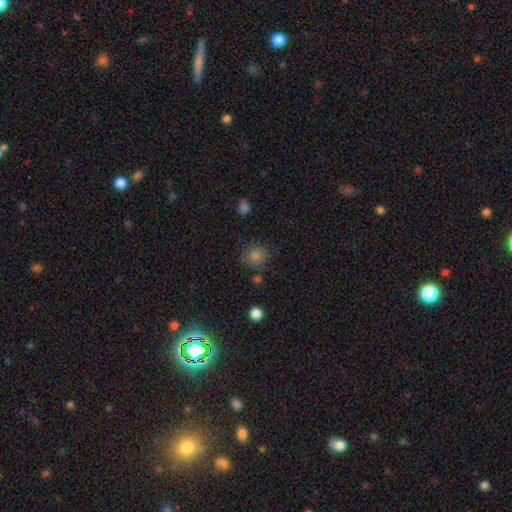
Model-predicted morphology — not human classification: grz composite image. It shows a smooth galaxy with no disk features (74%) that is round (87%). Merging: none (82%).